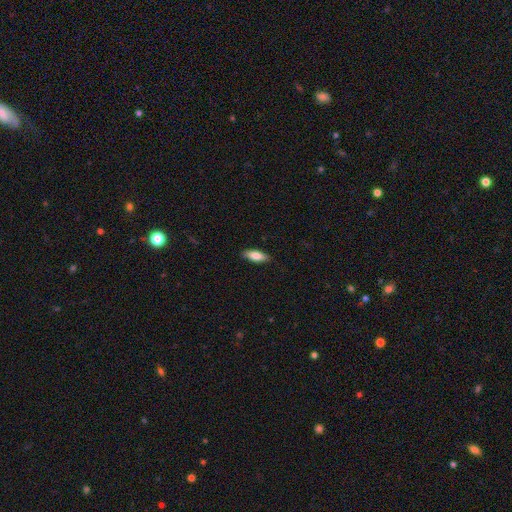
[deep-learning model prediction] Overall: smooth (78%). How rounded: in between (67%; cigar-shaped 31%). Merging: none (87%).